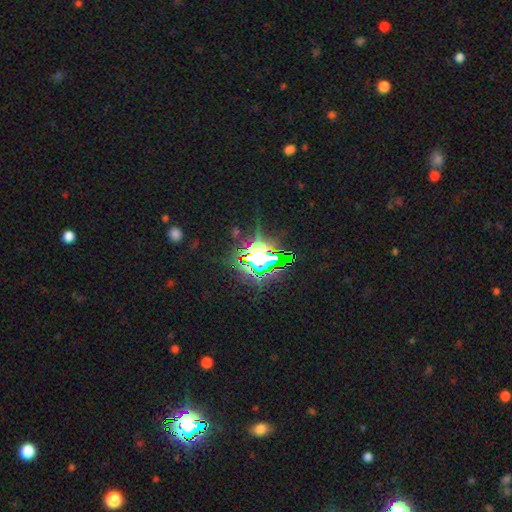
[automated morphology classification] Smooth or featured? star or artifact (73%)